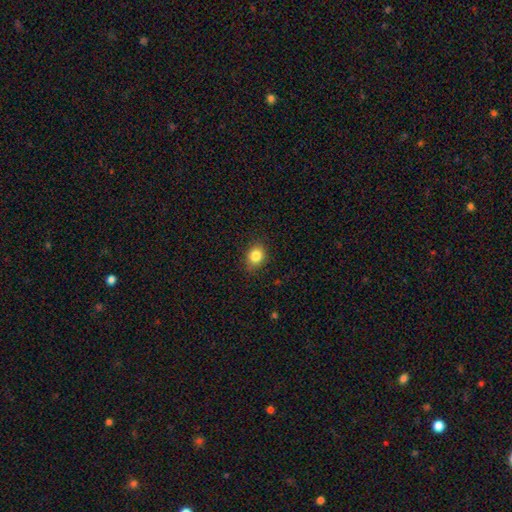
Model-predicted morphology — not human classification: Smooth or featured: smooth — 84% (star or artifact — 10%)
How rounded: round — 57% (in between — 42%)
Merging: none — 85% (minor disturbance — 11%)